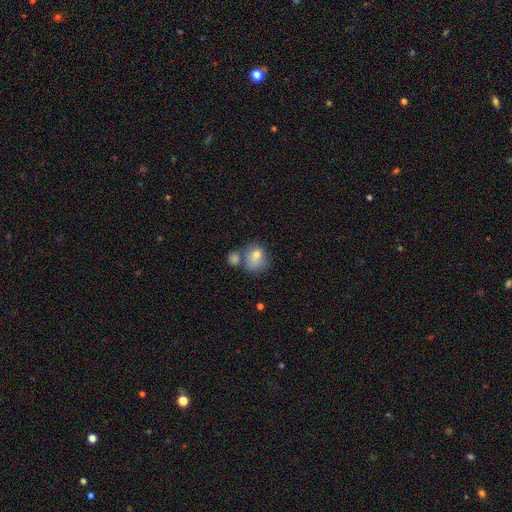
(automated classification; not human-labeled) A smooth galaxy with no disk features (74%) that is round (66%). Merging: none (46%).